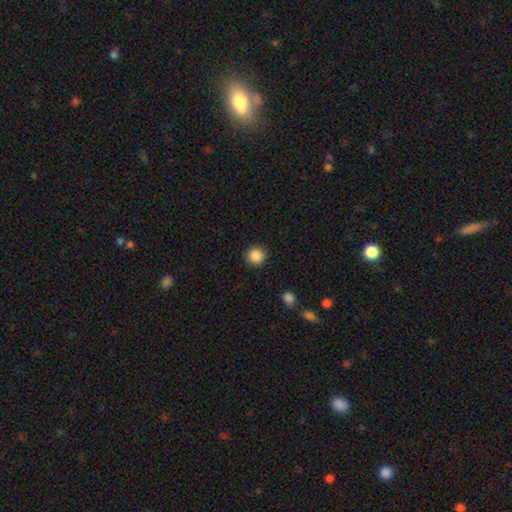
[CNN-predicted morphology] Smooth or featured: smooth — 87% (star or artifact — 10%)
How rounded: round — 94% (in between — 5%)
Merging: none — 91% (minor disturbance — 6%)